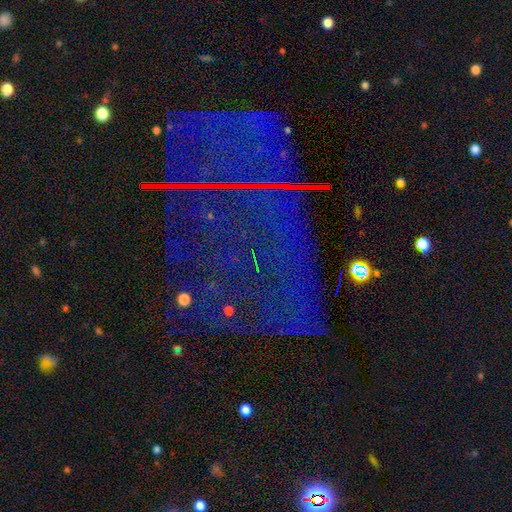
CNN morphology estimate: This appears to be a star or artifact, not a galaxy (81%).